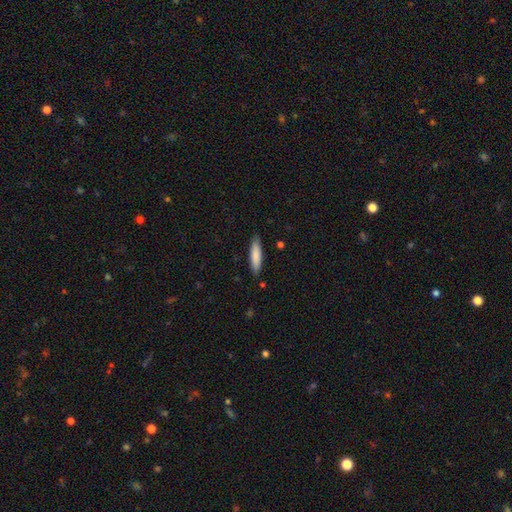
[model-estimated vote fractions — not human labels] Smooth or featured: smooth — 83% (featured or disk — 11%)
How rounded: cigar-shaped — 75% (in between — 24%)
Merging: none — 86% (minor disturbance — 11%)